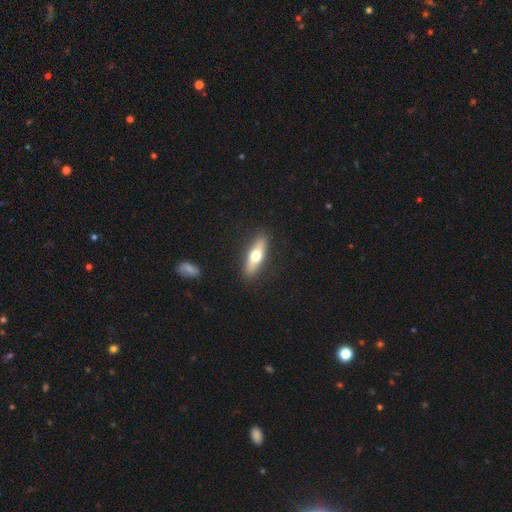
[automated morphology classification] A smooth galaxy with no disk features (55%) that is cigar-shaped (63%). Merging: none (88%).